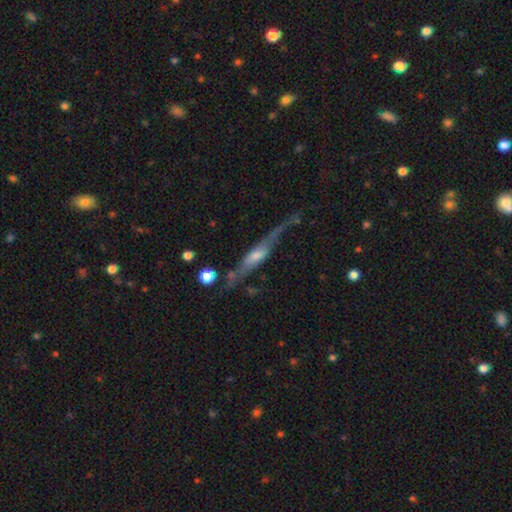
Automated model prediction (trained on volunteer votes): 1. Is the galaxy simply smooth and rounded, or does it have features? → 72% featured or disk, 21% smooth, 7% star or artifact.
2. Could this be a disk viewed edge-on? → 76% yes, 24% no.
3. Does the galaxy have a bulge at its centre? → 64% rounded, 19% boxy, 17% none.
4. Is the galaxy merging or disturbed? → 52% none, 24% minor disturbance, 17% major disturbance, 7% merger.